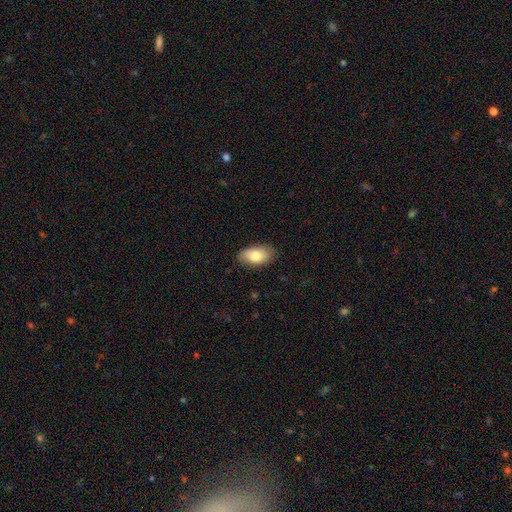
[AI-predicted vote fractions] Smooth or featured? smooth (79%)
How rounded? in between (93%)
Merging? none (82%)